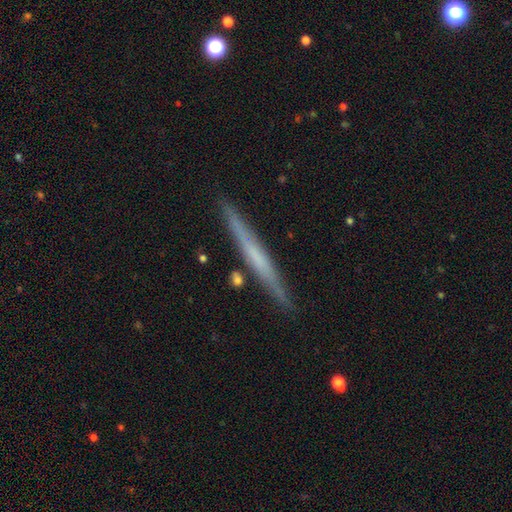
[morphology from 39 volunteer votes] Overall: featured or disk (54%; smooth 44%). Edge-on disk: yes (100%). Edge-on bulge: none (76%). Merging: none (82%).